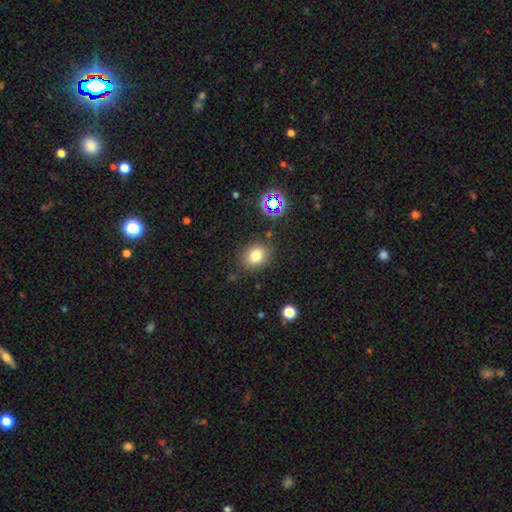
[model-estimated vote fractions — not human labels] Overall: smooth (78%). How rounded: round (57%; in between 42%). Merging: none (82%).